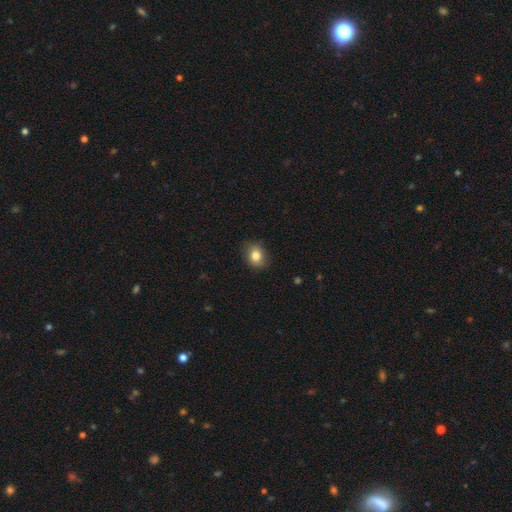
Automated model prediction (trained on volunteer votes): A smooth galaxy with no disk features (82%) that is round (52%). Merging: none (84%).